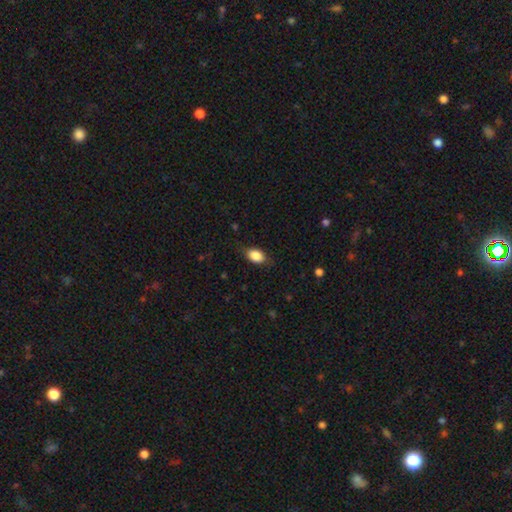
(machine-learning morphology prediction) Overall: smooth (86%). How rounded: in between (85%). Merging: none (77%).